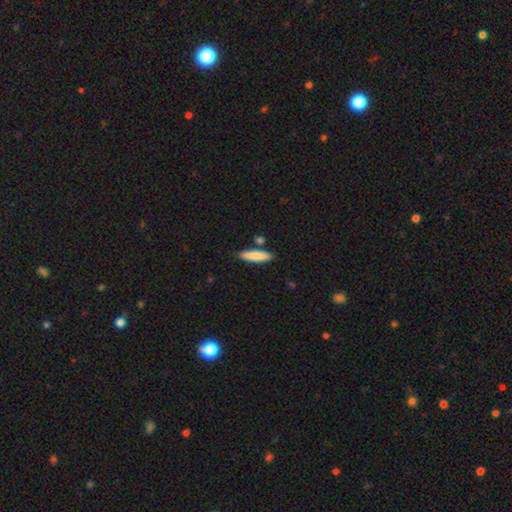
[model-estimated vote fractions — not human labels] Smooth or featured? Predicted: smooth (p=0.83). How rounded? Predicted: cigar-shaped (p=0.80). Merging? Predicted: none (p=0.83).